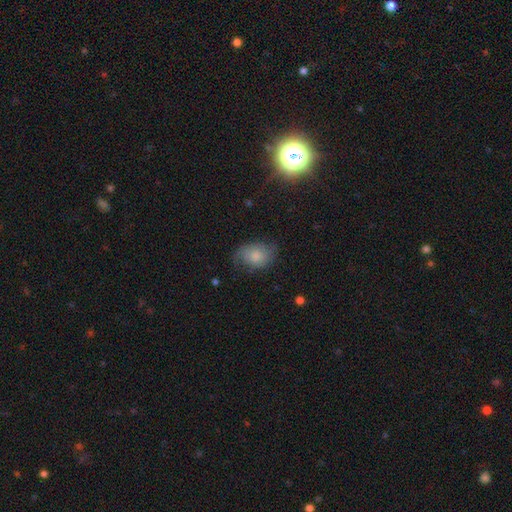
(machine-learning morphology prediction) A smooth galaxy with no disk features (60%) that is in between round and cigar-shaped (73%). Merging: none (58%).